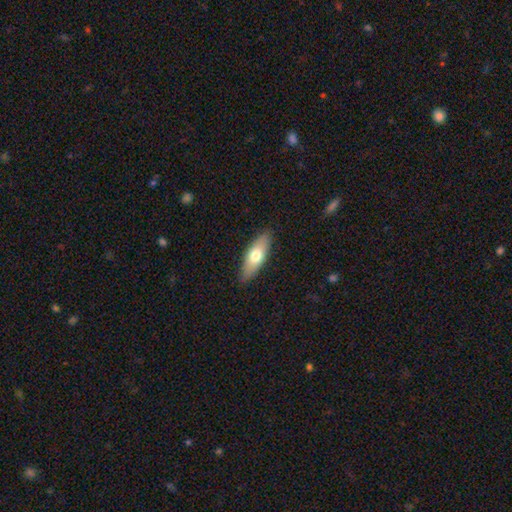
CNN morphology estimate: A smooth galaxy with no disk features (66%) that is in between round and cigar-shaped (65%). Merging: none (87%).